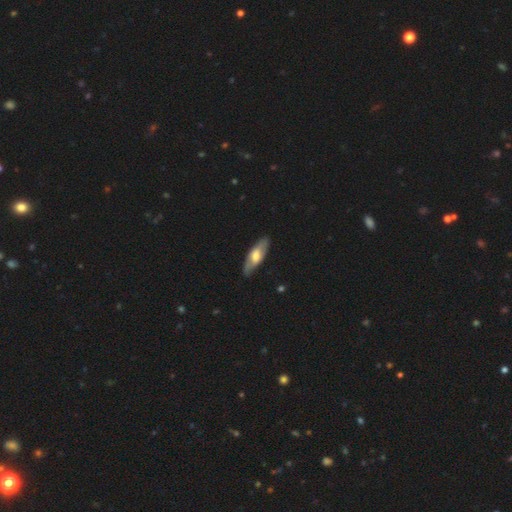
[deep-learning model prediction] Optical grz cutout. It shows a featured or disk galaxy (52%). Merging: none (81%).